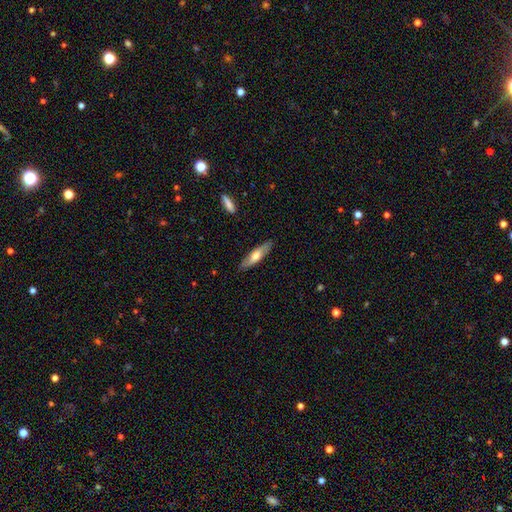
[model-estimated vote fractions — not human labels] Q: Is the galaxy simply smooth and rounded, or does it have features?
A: smooth — 55%.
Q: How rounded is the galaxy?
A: cigar-shaped — 70%.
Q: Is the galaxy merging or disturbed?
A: none — 86%.